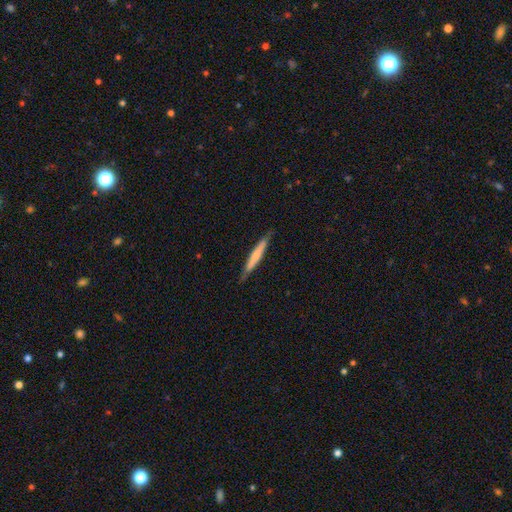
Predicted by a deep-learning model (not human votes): Smooth or featured? Predicted: smooth (p=0.55). How rounded? Predicted: cigar-shaped (p=0.96). Merging? Predicted: none (p=0.85).